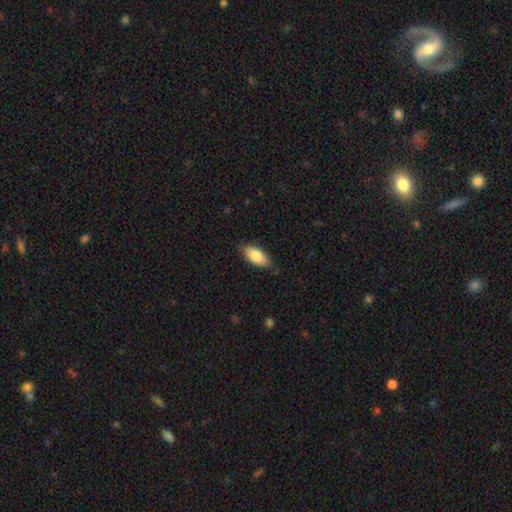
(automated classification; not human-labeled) This is clearly a smooth galaxy (84%). How rounded: clearly in between (89%). Merging: clearly none (81%).